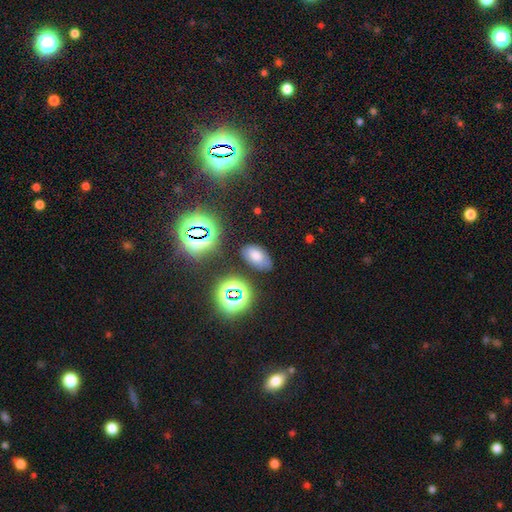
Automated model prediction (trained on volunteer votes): Smooth or featured?
  - smooth: 60% *
  - star or artifact: 26%
  - featured or disk: 14%
How rounded?
  - in between: 90% *
  - round: 8%
  - cigar-shaped: 2%
Merging?
  - none: 77% *
  - minor disturbance: 15%
  - major disturbance: 5%
  - merger: 3%